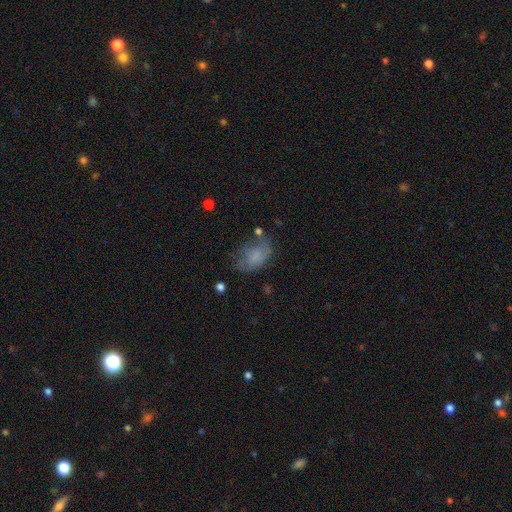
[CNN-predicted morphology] This is likely a smooth galaxy (68%). How rounded: clearly in between (84%). Merging: possibly none (45%).